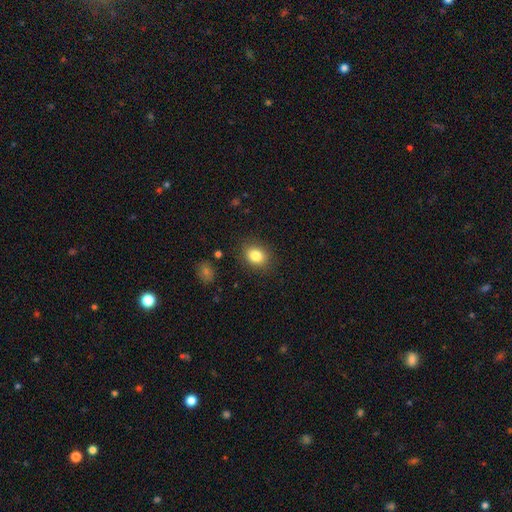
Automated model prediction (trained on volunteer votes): Smooth or featured?
  - smooth: 83% *
  - star or artifact: 10%
  - featured or disk: 7%
How rounded?
  - in between: 53% *
  - round: 46%
  - cigar-shaped: 1%
Merging?
  - none: 85% *
  - minor disturbance: 10%
  - major disturbance: 3%
  - merger: 2%